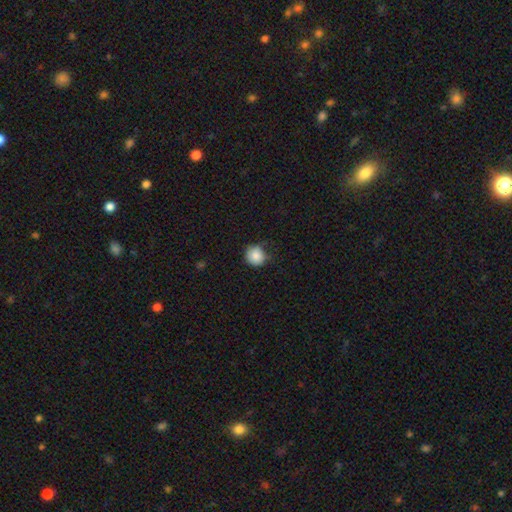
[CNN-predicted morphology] Smooth or featured? Predicted: smooth (p=0.86). How rounded? Predicted: round (p=0.90). Merging? Predicted: none (p=0.64).